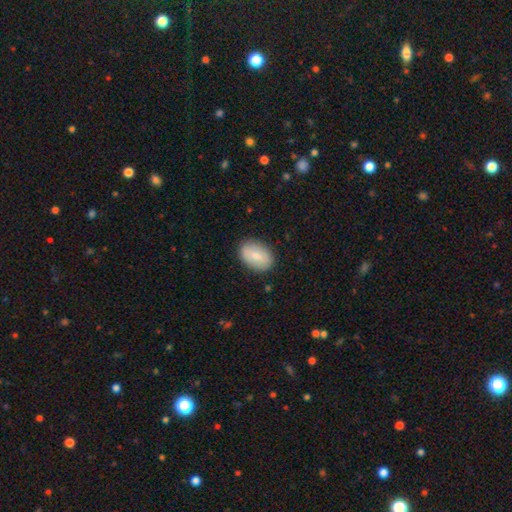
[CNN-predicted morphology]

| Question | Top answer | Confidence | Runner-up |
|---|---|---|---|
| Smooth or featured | smooth | 74% | featured or disk (19%) |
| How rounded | in between | 86% | round (12%) |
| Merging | none | 86% | minor disturbance (10%) |